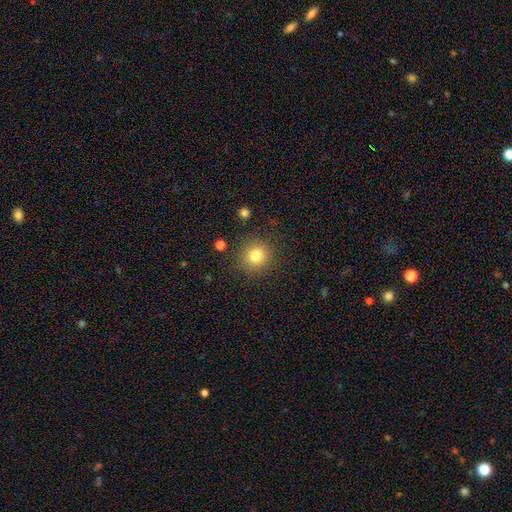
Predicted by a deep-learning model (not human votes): This appears to be a smooth galaxy with no disk features (80%) that is round (92%). Merging: none (86%).